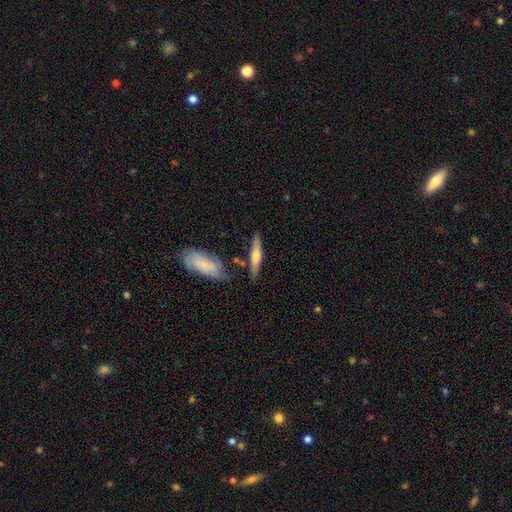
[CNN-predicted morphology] The model was most divided on "smooth or featured": featured or disk: 49%, smooth: 45%, star or artifact: 6%. More confident: merging — none (75%).